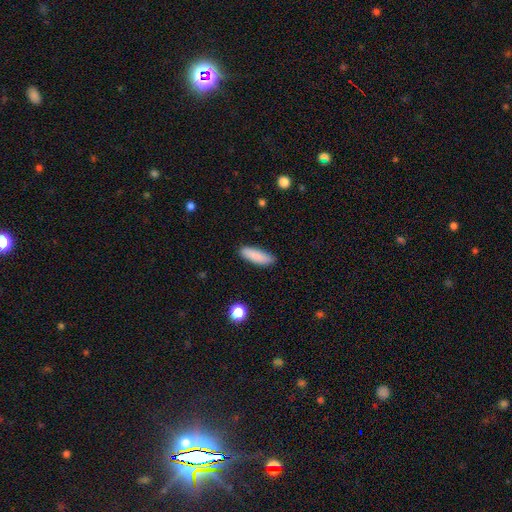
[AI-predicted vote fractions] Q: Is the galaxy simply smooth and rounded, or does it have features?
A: smooth — 87%.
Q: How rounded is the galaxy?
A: in between — 51%.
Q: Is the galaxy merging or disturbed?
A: none — 85%.